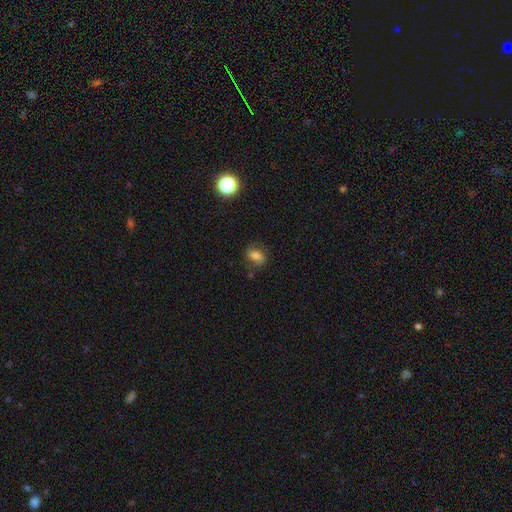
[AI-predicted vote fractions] The model was most divided on "smooth or featured": smooth: 64%, featured or disk: 24%, star or artifact: 12%. More confident: how rounded — in between (74%); merging — none (70%).